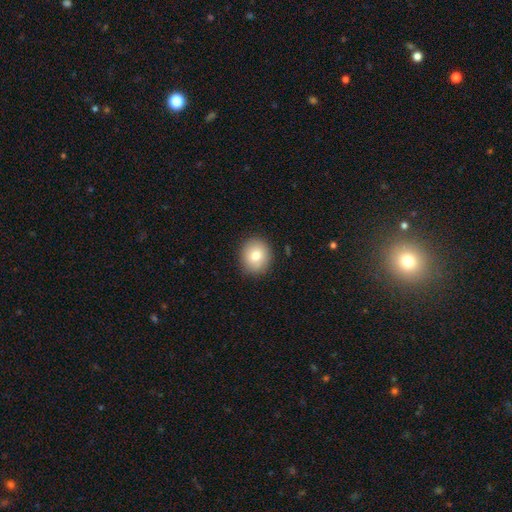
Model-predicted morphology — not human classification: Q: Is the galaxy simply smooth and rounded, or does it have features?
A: smooth — 79%.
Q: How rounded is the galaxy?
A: round — 78%.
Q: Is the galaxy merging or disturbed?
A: none — 88%.